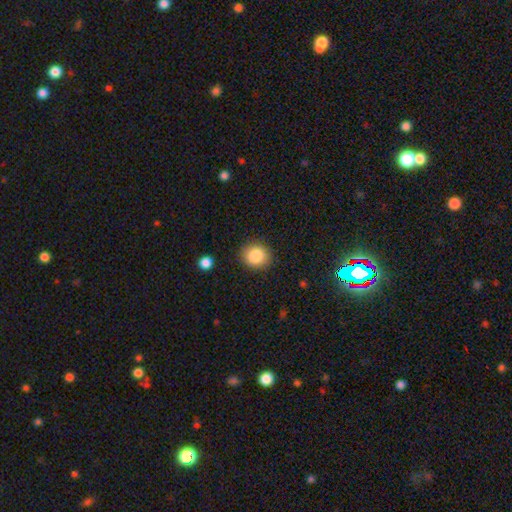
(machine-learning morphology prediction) Smooth or featured? Predicted: smooth (p=0.86). How rounded? Predicted: round (p=0.75). Merging? Predicted: none (p=0.87).